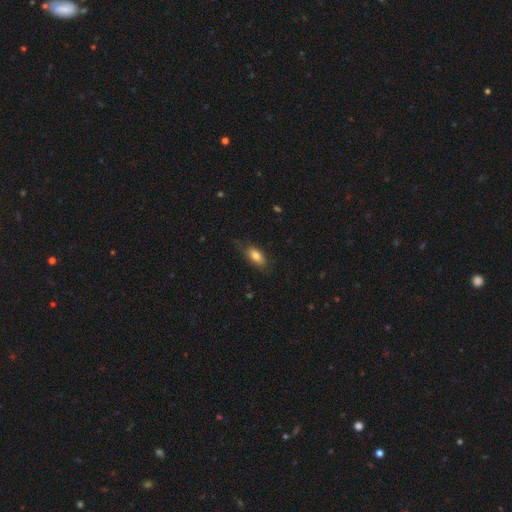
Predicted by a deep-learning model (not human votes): A smooth galaxy with no disk features (78%) that is in between round and cigar-shaped (85%). Merging: none (72%).